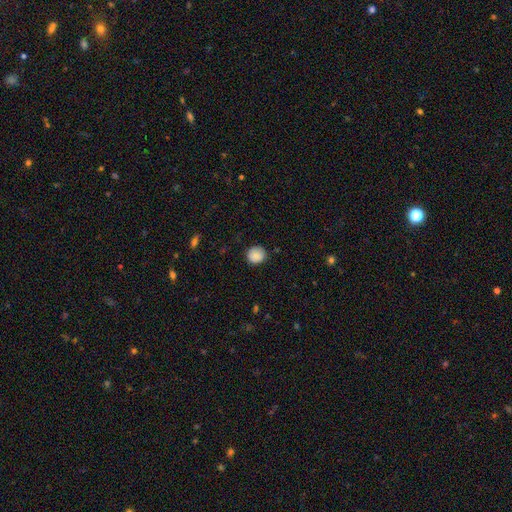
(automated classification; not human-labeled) smooth-or-featured: smooth: 87% | star or artifact: 8% | featured or disk: 5%
  how-rounded: round: 89% | in between: 10% | cigar-shaped: 1%
  merging: none: 85% | minor disturbance: 11% | major disturbance: 2% | merger: 1%